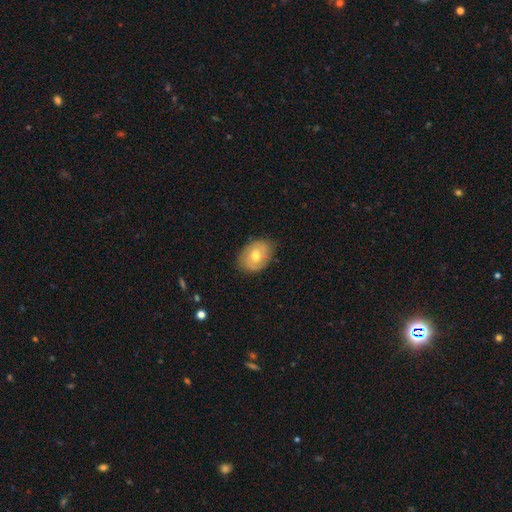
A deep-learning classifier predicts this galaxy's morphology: type=smooth (56%); roundness=in between (72%); merging=none (76%).